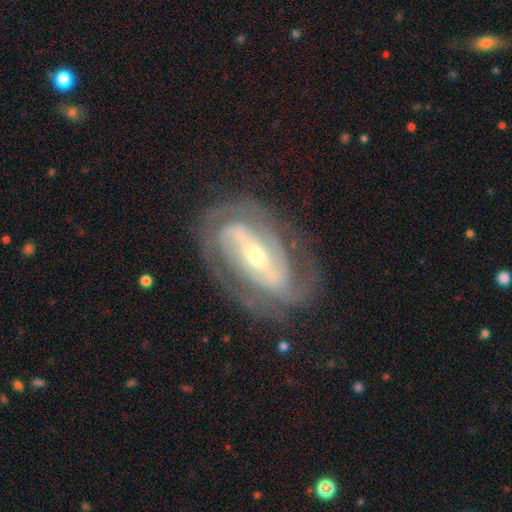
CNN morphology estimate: smooth_or_featured: featured or disk (p=0.88) [alt: smooth p=0.07]
disk_edge_on: no (p=0.95) [alt: yes p=0.05]
bar: strong (p=0.55) [alt: weak p=0.28]
has_spiral_arms: yes (p=0.95) [alt: no p=0.05]
spiral_winding: tight (p=0.59) [alt: medium p=0.32]
spiral_arm_count: 2 (p=0.59) [alt: can't tell p=0.15]
bulge_size: small (p=0.53) [alt: moderate p=0.42]
merging: none (p=0.76) [alt: minor disturbance p=0.15]